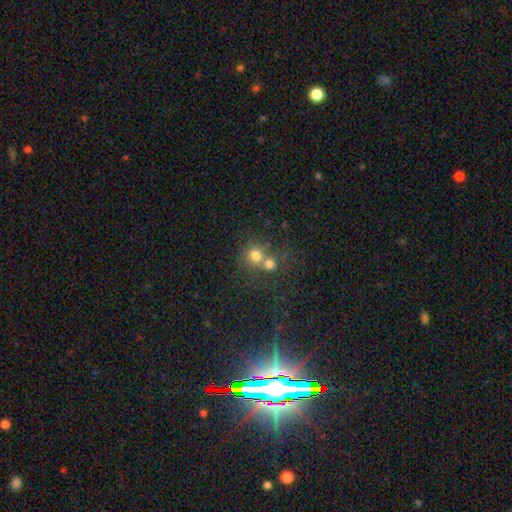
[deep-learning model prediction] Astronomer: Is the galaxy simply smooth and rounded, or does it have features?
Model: smooth — 73%.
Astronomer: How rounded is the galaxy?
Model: round — 87%.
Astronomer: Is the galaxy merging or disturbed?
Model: merger — 49% (runner-up: none, 42%).